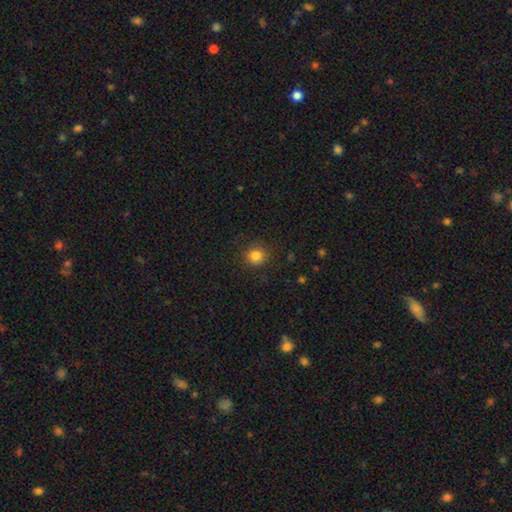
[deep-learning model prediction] smooth-or-featured: smooth: 83% | star or artifact: 12% | featured or disk: 5%
  how-rounded: round: 91% | in between: 8% | cigar-shaped: 1%
  merging: none: 89% | minor disturbance: 7% | major disturbance: 3% | merger: 1%